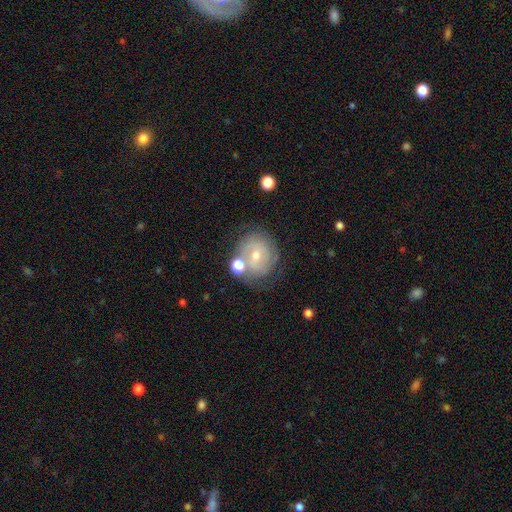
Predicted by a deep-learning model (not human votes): smooth-or-featured: featured or disk: 68% | smooth: 23% | star or artifact: 9%
  disk-edge-on: no: 97% | yes: 3%
    bar: no: 62% | weak: 31% | strong: 7%
    has-spiral-arms: yes: 83% | no: 17%
      spiral-winding: tight: 65% | medium: 27% | loose: 8%
      spiral-arm-count: 2: 41% | can't tell: 36% | 3: 12% | 1: 5% | 4: 4% | more than 4: 3%
    bulge-size: small: 56% | moderate: 40% | large: 2% | none: 1% | dominant: 1%
  merging: none: 62% | minor disturbance: 18% | merger: 12% | major disturbance: 8%